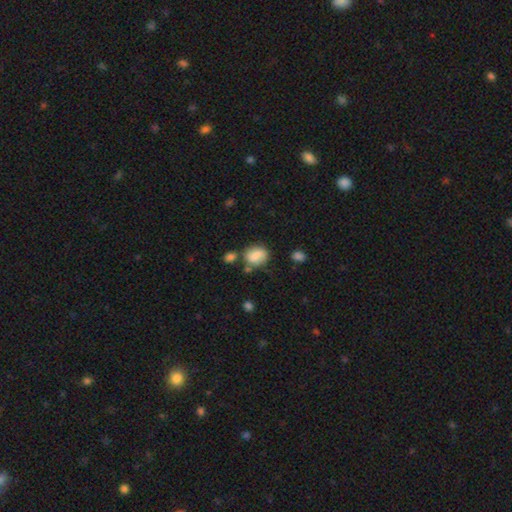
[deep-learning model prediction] Overall: smooth (81%). How rounded: in between (56%; round 43%). Merging: none (54%; minor disturbance 22%).